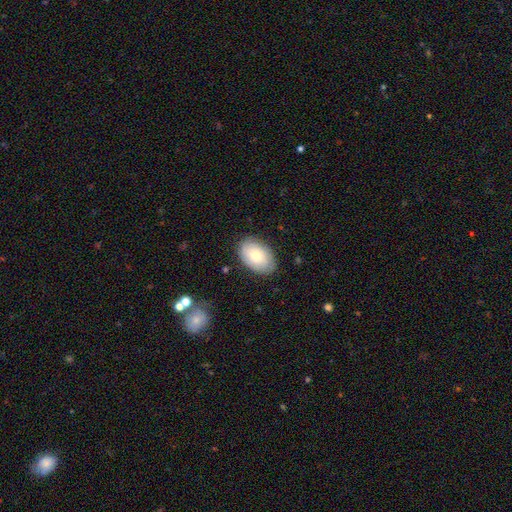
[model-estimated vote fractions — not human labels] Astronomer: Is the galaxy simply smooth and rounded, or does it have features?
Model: smooth — 71%.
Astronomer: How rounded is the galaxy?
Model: in between — 89%.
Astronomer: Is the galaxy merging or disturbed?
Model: none — 83%.